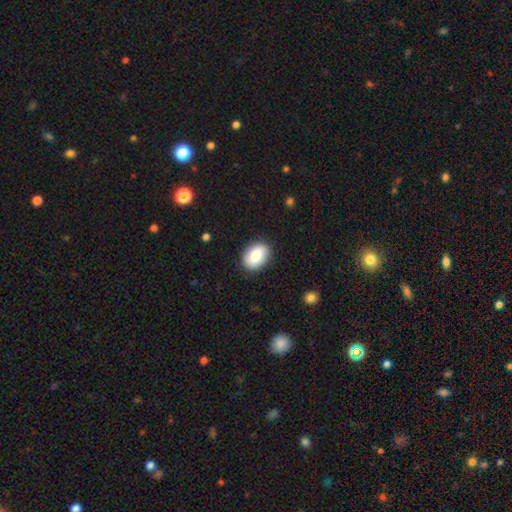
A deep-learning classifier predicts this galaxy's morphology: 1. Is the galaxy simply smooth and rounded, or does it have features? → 81% smooth, 12% featured or disk, 7% star or artifact.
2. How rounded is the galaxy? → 74% in between, 25% round, 1% cigar-shaped.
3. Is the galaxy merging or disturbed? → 87% none, 9% minor disturbance, 2% major disturbance, 1% merger.